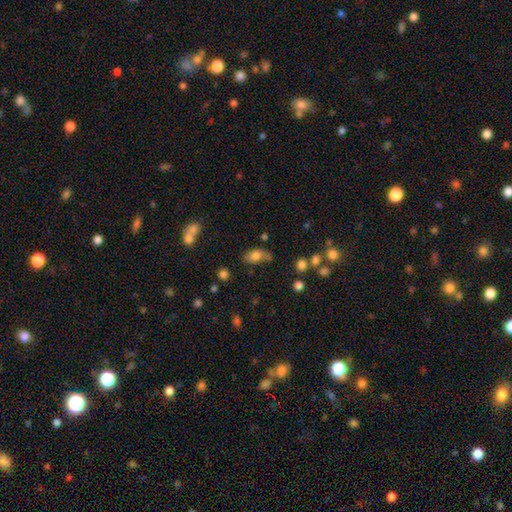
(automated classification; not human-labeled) Q: Smooth or featured?
A: smooth (76%); runner-up: featured or disk (15%)
Q: How rounded?
A: in between (85%); runner-up: round (11%)
Q: Merging?
A: none (57%); runner-up: minor disturbance (27%)